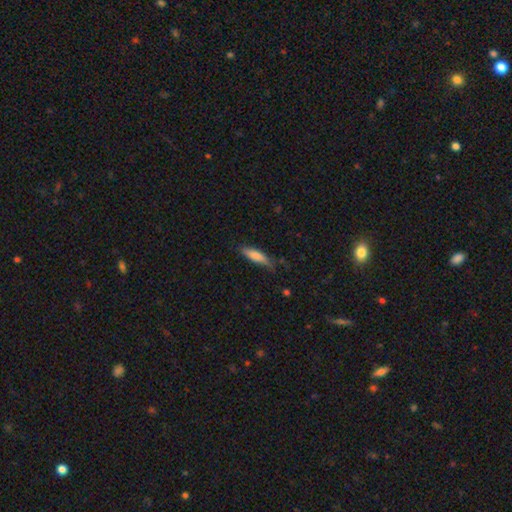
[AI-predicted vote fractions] smooth 77%, featured or disk 17%, star or artifact 6%. Down the decision tree: how rounded — cigar-shaped (65%); merging — none (65%).